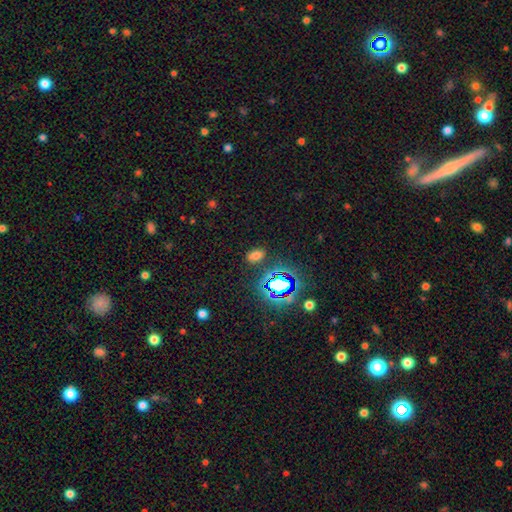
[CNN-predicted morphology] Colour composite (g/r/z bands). It shows a smooth galaxy with no disk features (64%) that is in between round and cigar-shaped (87%). Merging: none (84%).